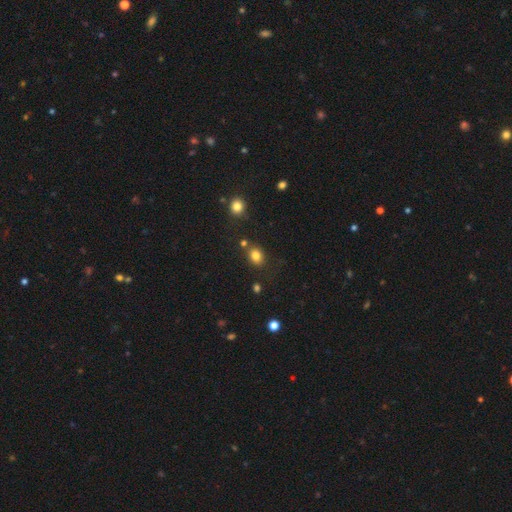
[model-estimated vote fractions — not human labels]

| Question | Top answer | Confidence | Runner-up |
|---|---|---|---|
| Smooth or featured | smooth | 81% | star or artifact (12%) |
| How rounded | in between | 51% | round (48%) |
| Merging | none | 75% | minor disturbance (12%) |